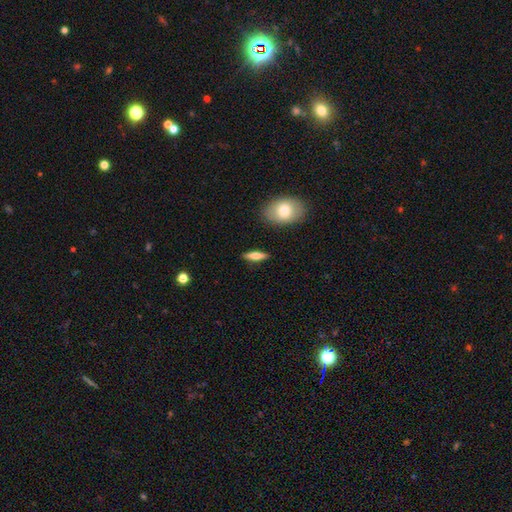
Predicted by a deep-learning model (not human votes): Smooth or featured? Predicted: smooth (p=0.56). How rounded? Predicted: cigar-shaped (p=0.58). Merging? Predicted: none (p=0.88).